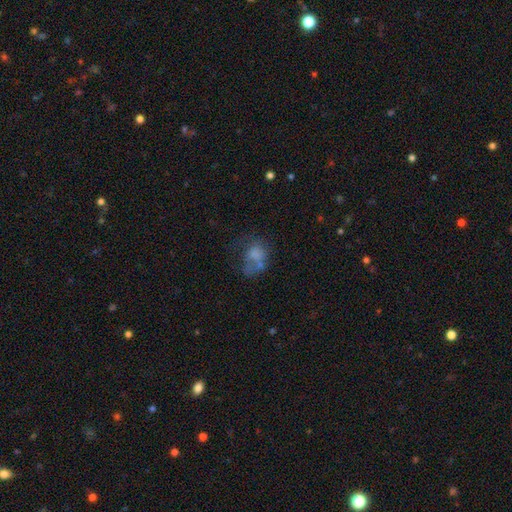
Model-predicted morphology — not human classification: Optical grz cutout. It shows a smooth galaxy with no disk features (59%) that is in between round and cigar-shaped (57%). Merging: major disturbance (33%).